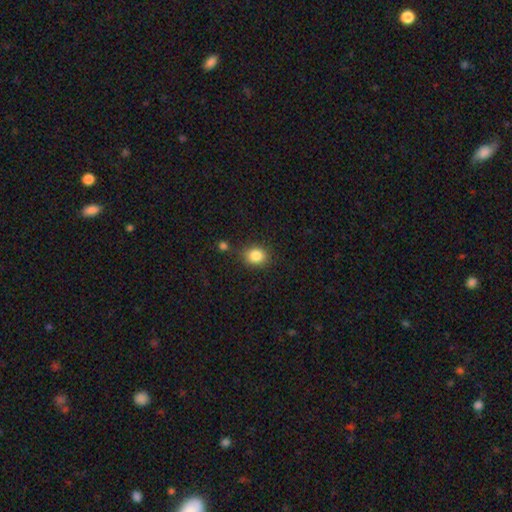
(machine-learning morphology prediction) smooth_or_featured: smooth (p=0.85) [alt: star or artifact p=0.10]
how_rounded: round (p=0.65) [alt: in between p=0.34]
merging: none (p=0.78) [alt: minor disturbance p=0.13]